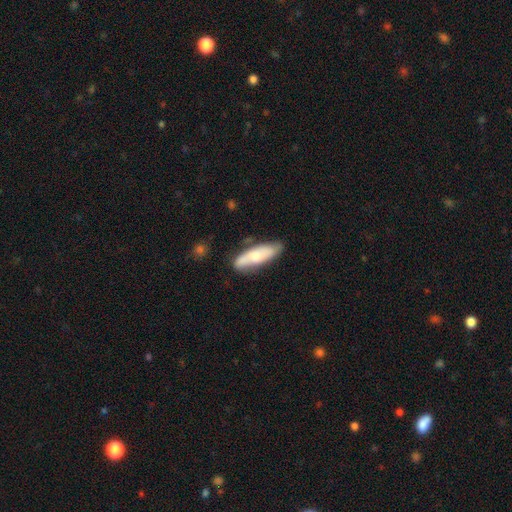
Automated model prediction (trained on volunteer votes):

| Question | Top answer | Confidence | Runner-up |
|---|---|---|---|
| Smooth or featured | smooth | 58% | featured or disk (36%) |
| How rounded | in between | 53% | cigar-shaped (45%) |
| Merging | none | 69% | minor disturbance (22%) |